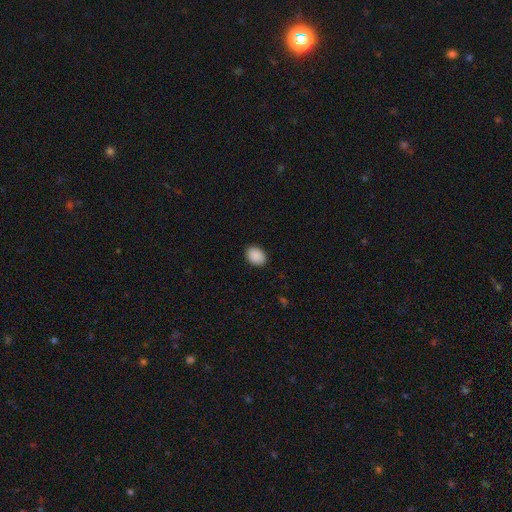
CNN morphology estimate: Q: Smooth or featured?
A: smooth (91%); runner-up: star or artifact (7%)
Q: How rounded?
A: in between (75%); runner-up: round (24%)
Q: Merging?
A: none (90%); runner-up: minor disturbance (7%)